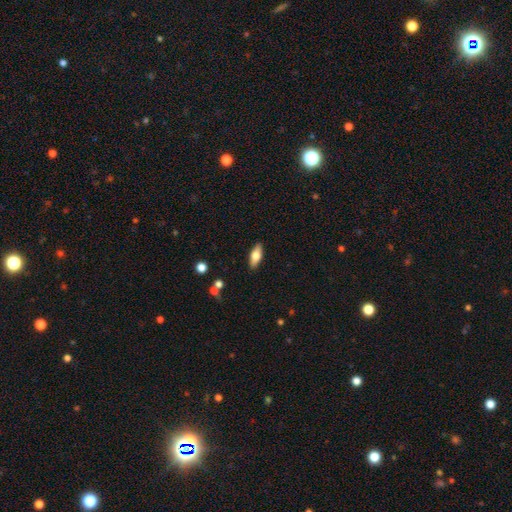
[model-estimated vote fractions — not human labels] smooth_or_featured: smooth (p=0.66) [alt: featured or disk p=0.28]
how_rounded: in between (p=0.74) [alt: cigar-shaped p=0.23]
merging: none (p=0.88) [alt: minor disturbance p=0.09]